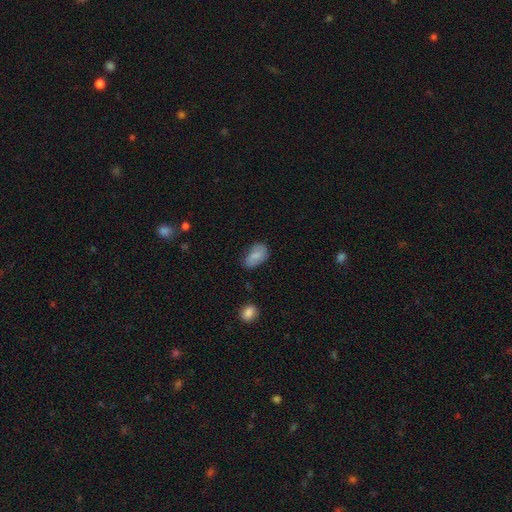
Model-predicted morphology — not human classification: A smooth galaxy with no disk features (79%) that is in between round and cigar-shaped (91%). Merging: none (59%).